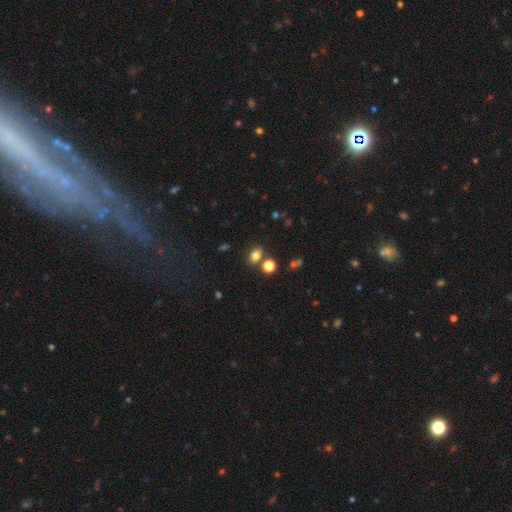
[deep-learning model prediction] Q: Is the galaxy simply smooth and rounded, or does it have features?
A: smooth — 78%.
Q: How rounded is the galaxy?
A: in between — 73%.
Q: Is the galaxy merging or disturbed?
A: none — 73%.